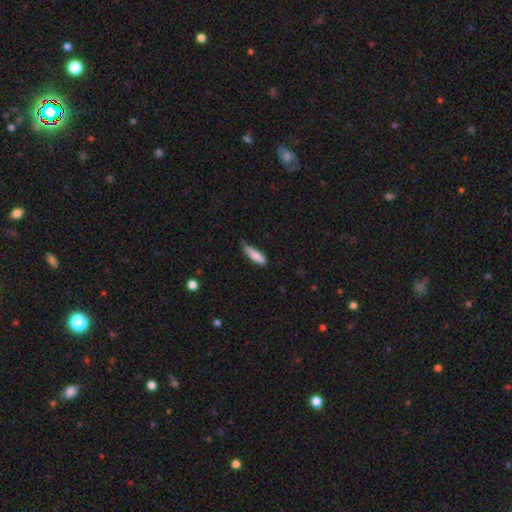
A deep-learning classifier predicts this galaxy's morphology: smooth-or-featured: smooth: 84% | featured or disk: 9% | star or artifact: 7%
  how-rounded: cigar-shaped: 68% | in between: 31% | round: 2%
  merging: none: 47% | minor disturbance: 42% | major disturbance: 8% | merger: 3%